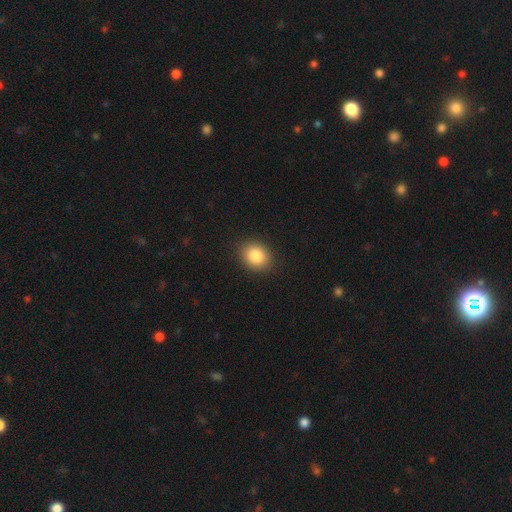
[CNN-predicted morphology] Q: Smooth or featured?
A: smooth (85%); runner-up: star or artifact (9%)
Q: How rounded?
A: round (55%); runner-up: in between (44%)
Q: Merging?
A: none (89%); runner-up: minor disturbance (7%)